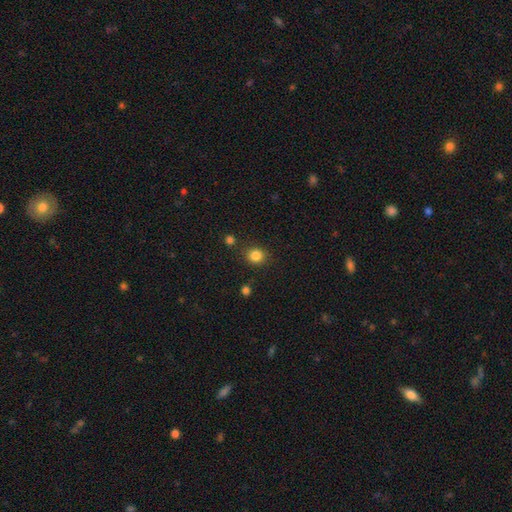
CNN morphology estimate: Overall: smooth (84%). How rounded: round (83%). Merging: none (84%).